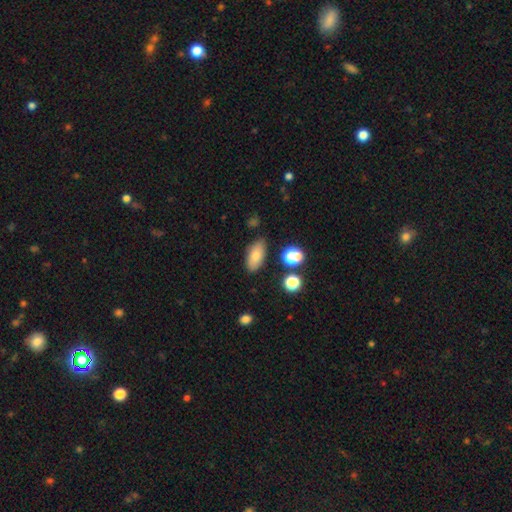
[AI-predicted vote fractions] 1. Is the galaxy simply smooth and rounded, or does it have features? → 77% smooth, 13% featured or disk, 10% star or artifact.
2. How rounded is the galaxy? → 86% in between, 8% cigar-shaped, 5% round.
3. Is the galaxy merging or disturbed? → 82% none, 12% minor disturbance, 3% major disturbance, 3% merger.